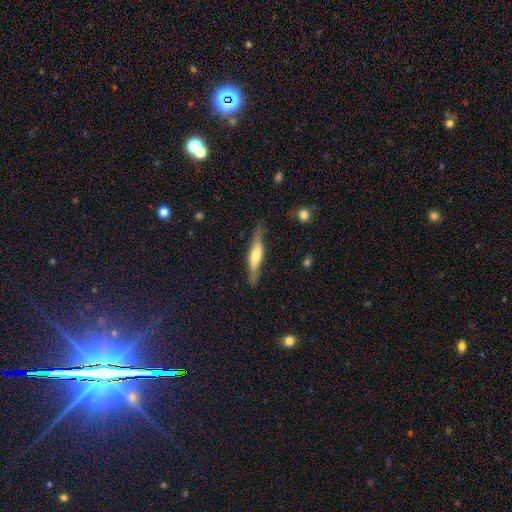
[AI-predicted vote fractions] A featured or disk galaxy (50%) viewed edge-on (89%). Merging: none (74%).